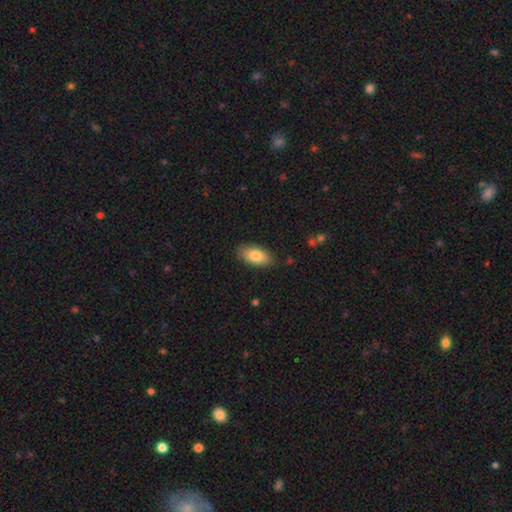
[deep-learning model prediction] Smooth or featured? Predicted: smooth (p=0.83). How rounded? Predicted: in between (p=0.91). Merging? Predicted: none (p=0.85).